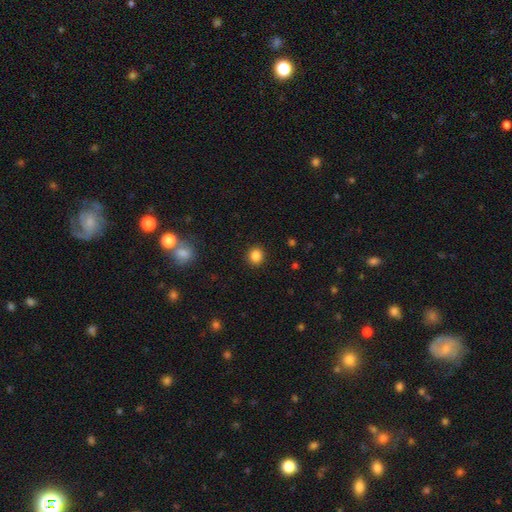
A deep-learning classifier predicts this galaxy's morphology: Overall: smooth (85%). How rounded: round (88%). Merging: none (91%).